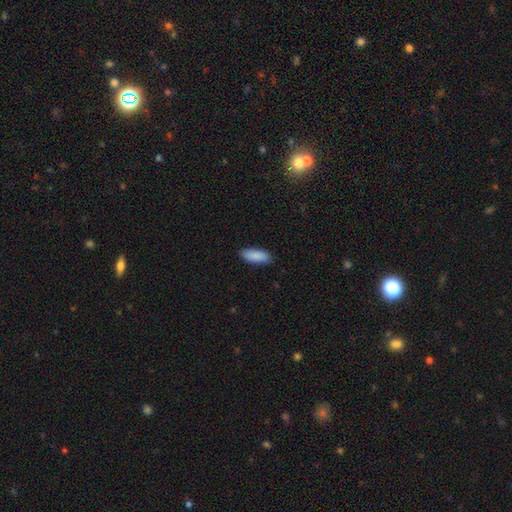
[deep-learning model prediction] Overall: smooth (90%). How rounded: in between (74%). Merging: none (89%).